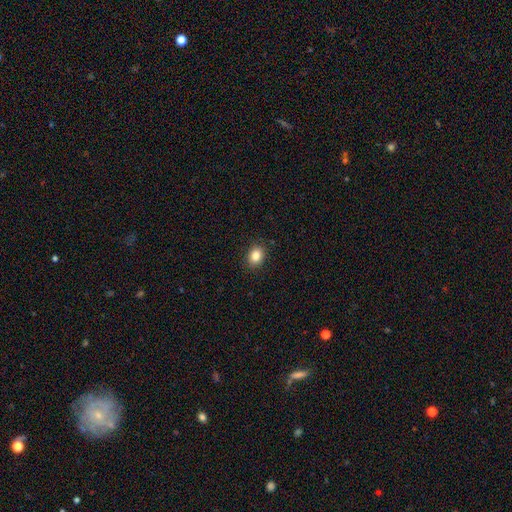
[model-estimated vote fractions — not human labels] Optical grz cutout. It shows a smooth galaxy with no disk features (85%) that is in between round and cigar-shaped (55%). Merging: none (89%).